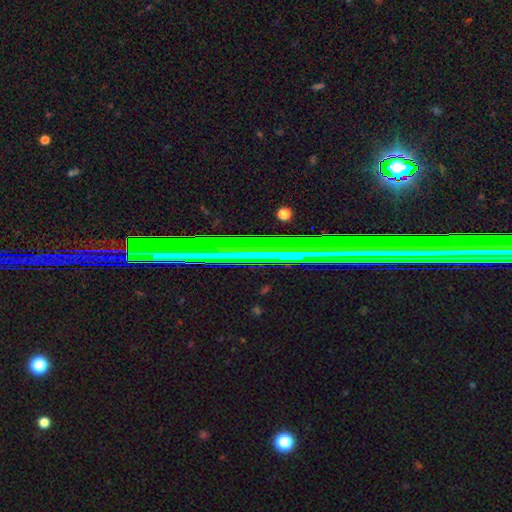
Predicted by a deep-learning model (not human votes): Smooth or featured: star or artifact — 63% (featured or disk — 27%)